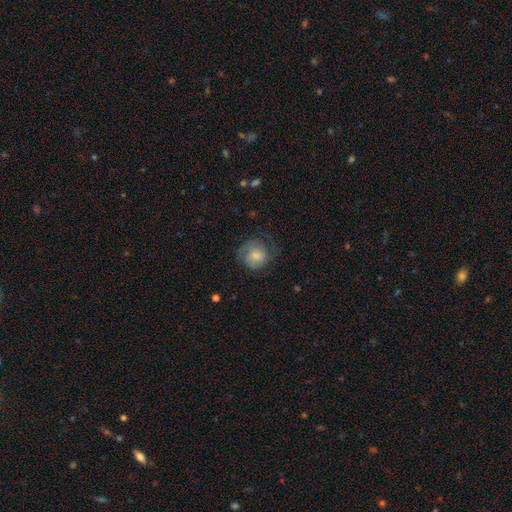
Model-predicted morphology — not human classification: This appears to be a featured or disk galaxy (48%). Merging: none (56%).